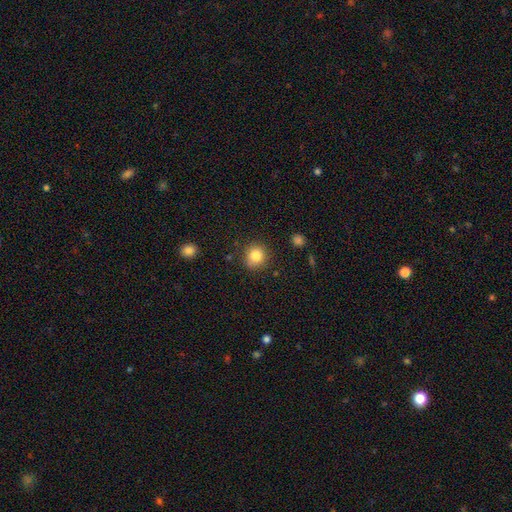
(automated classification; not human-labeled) A smooth galaxy with no disk features (84%) that is round (90%).

Vote fractions:
- Smooth or featured? smooth: 84% / star or artifact: 10% / featured or disk: 6%
- How rounded? round: 90% / in between: 9% / cigar-shaped: 1%
- Merging? none: 85% / minor disturbance: 10% / major disturbance: 3% / merger: 2%